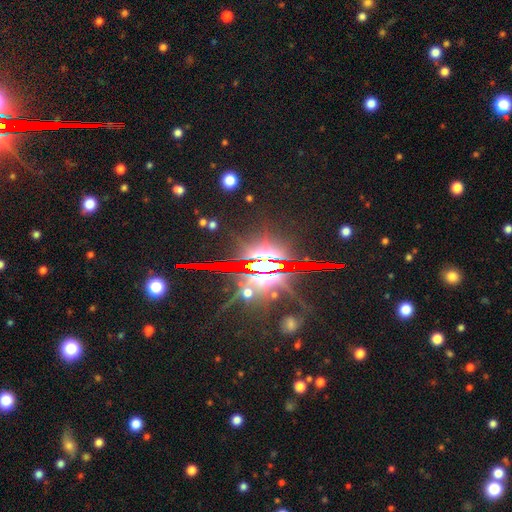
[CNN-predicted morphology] Smooth or featured? star or artifact (81%)